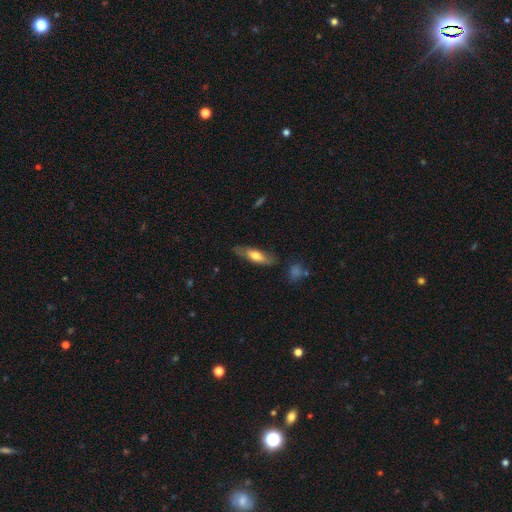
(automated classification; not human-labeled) Smooth or featured? smooth (58%)
How rounded? cigar-shaped (53%)
Merging? none (74%)